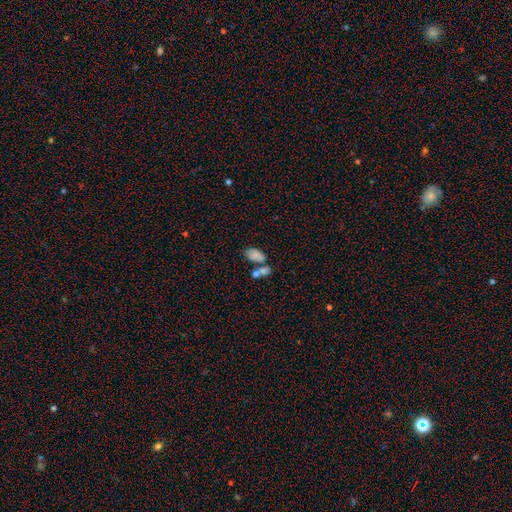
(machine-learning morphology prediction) type=smooth (81%); roundness=in between (92%); merging=merger (43%).